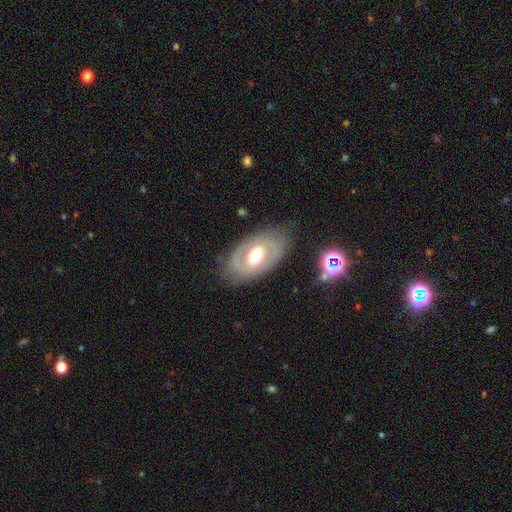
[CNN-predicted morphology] The model was most divided on "spiral arms": no: 52%, yes: 48%. More confident: edge-on disk — no (92%); merging — none (77%); bulge size — moderate (68%); smooth or featured — featured or disk (65%); bar — no (51%).